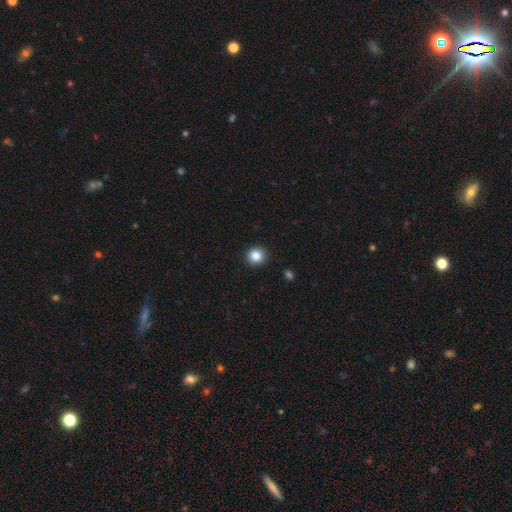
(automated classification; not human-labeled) Smooth or featured? smooth (85%)
How rounded? round (93%)
Merging? none (93%)